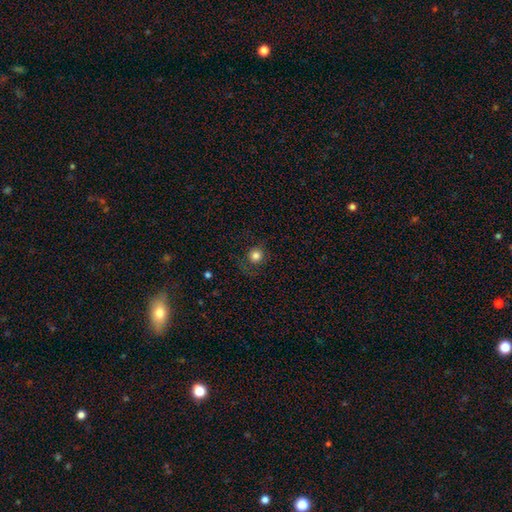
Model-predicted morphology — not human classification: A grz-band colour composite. It shows a smooth galaxy with no disk features (80%) that is round (93%). Merging: none (80%).